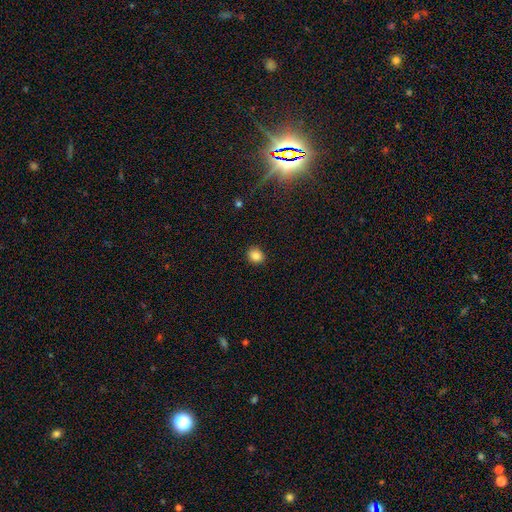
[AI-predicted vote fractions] Smooth or featured? smooth (85%)
How rounded? round (75%)
Merging? none (90%)